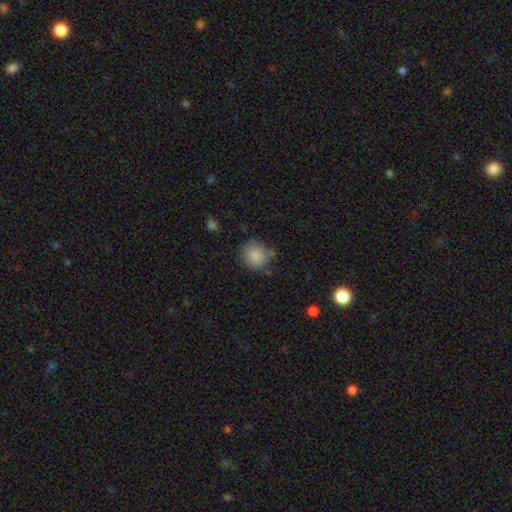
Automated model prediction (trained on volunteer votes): Smooth or featured? Predicted: smooth (p=0.86). How rounded? Predicted: round (p=0.89). Merging? Predicted: none (p=0.69).